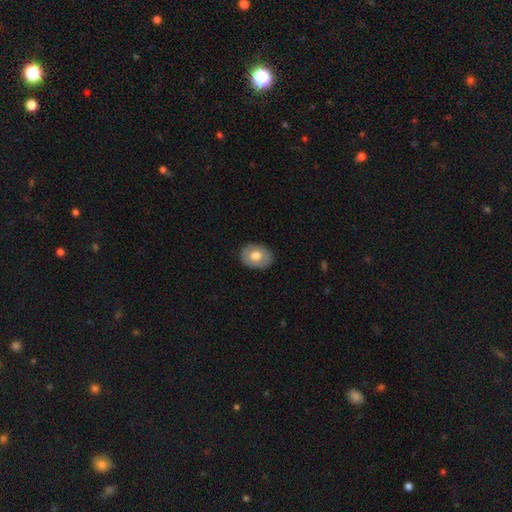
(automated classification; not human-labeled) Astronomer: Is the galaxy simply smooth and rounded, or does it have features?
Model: smooth — 66%.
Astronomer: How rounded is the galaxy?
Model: in between — 64%.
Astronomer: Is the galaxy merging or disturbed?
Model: none — 85%.